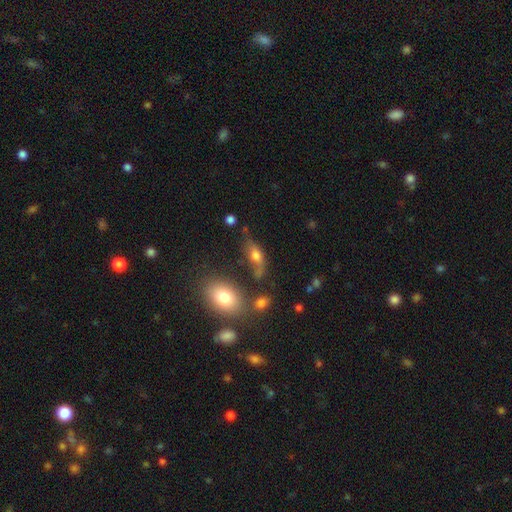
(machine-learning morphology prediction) Q: Smooth or featured?
A: smooth (57%); runner-up: featured or disk (31%)
Q: How rounded?
A: in between (70%); runner-up: cigar-shaped (18%)
Q: Merging?
A: none (48%); runner-up: minor disturbance (24%)